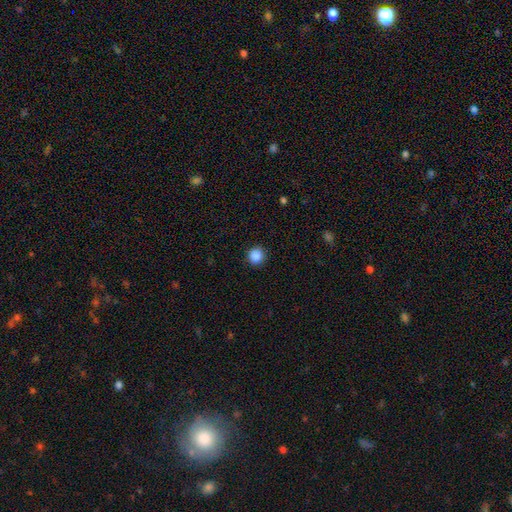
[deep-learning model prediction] smooth_or_featured: smooth (p=0.88) [alt: star or artifact p=0.10]
how_rounded: round (p=0.94) [alt: in between p=0.05]
merging: none (p=0.91) [alt: minor disturbance p=0.06]